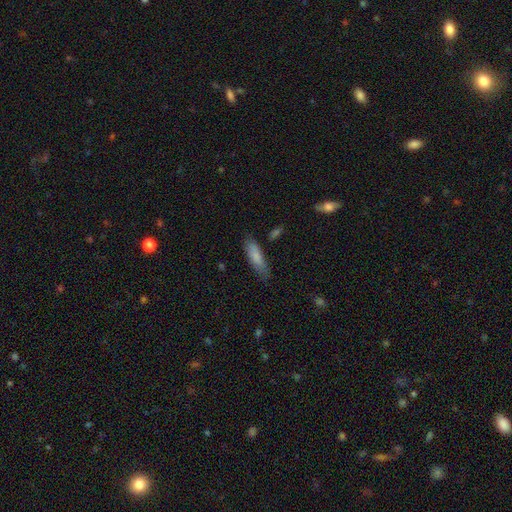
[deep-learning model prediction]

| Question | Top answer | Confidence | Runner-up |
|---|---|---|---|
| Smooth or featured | smooth | 82% | featured or disk (12%) |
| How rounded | cigar-shaped | 54% | in between (45%) |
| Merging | none | 68% | minor disturbance (23%) |